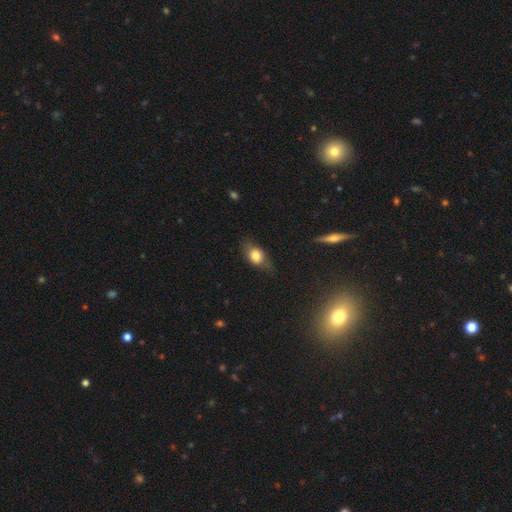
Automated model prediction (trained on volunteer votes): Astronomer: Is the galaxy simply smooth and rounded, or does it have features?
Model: smooth — 72%.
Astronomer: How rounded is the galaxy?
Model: in between — 69%.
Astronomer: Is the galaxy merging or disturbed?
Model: none — 62%.